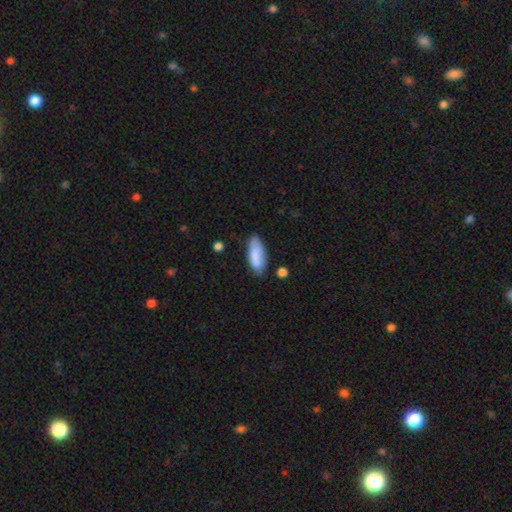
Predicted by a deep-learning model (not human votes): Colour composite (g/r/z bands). It shows a smooth galaxy with no disk features (82%) that is in between round and cigar-shaped (79%). Merging: none (65%).